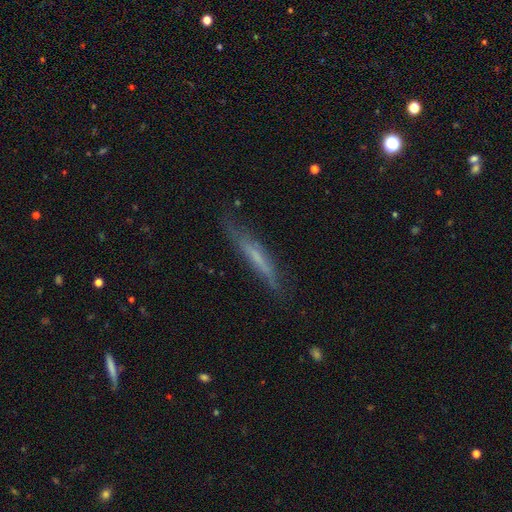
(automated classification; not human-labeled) Smooth or featured? featured or disk (47%)
Merging? none (69%)